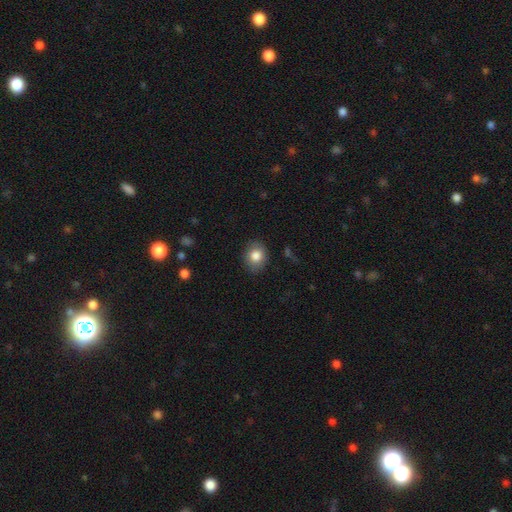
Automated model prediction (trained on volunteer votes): This is clearly a smooth galaxy (82%). How rounded: possibly round (57%). Merging: clearly none (83%).